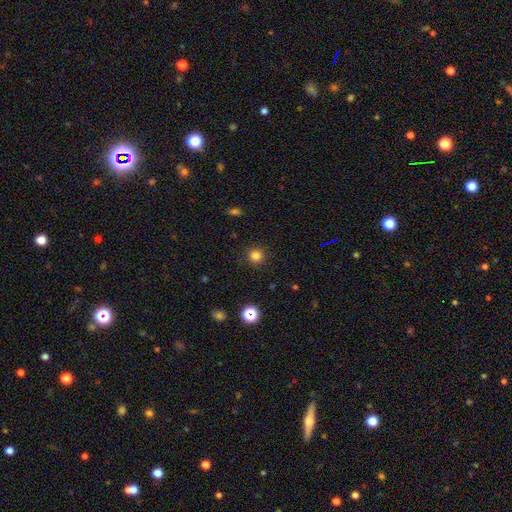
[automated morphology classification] The model was most divided on "smooth or featured": smooth: 81%, star or artifact: 14%, featured or disk: 5%. More confident: how rounded — round (94%); merging — none (91%).